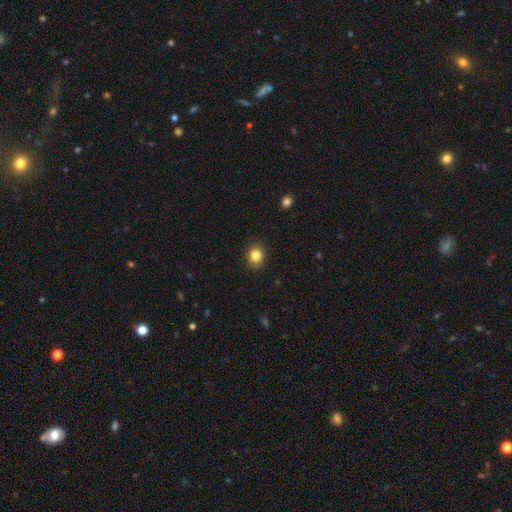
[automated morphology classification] Overall: smooth (84%). How rounded: round (63%; in between 37%). Merging: none (88%).